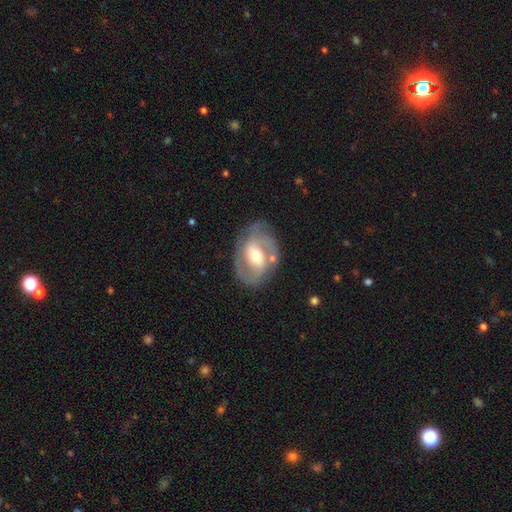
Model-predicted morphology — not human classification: smooth-or-featured: featured or disk: 79% | smooth: 15% | star or artifact: 6%
  disk-edge-on: no: 96% | yes: 4%
    bar: weak: 47% | no: 28% | strong: 25%
    has-spiral-arms: yes: 90% | no: 10%
      spiral-winding: medium: 49% | tight: 32% | loose: 19%
      spiral-arm-count: 2: 76% | can't tell: 10% | 3: 8% | 1: 3% | 4: 2% | more than 4: 2%
    bulge-size: moderate: 69% | small: 21% | large: 9% | dominant: 1% | none: 1%
  merging: none: 73% | minor disturbance: 17% | major disturbance: 7% | merger: 4%